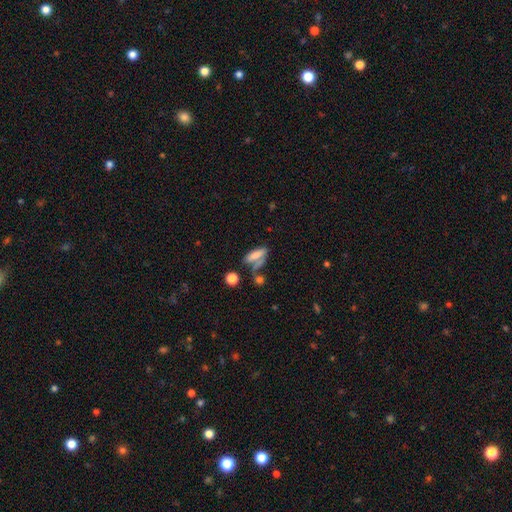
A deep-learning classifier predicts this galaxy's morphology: A smooth galaxy with no disk features (69%) that is in between round and cigar-shaped (51%).

Vote fractions:
- Smooth or featured? smooth: 69% / featured or disk: 20% / star or artifact: 10%
- How rounded? in between: 51% / cigar-shaped: 44% / round: 4%
- Merging? none: 44% / merger: 27% / minor disturbance: 18% / major disturbance: 11%